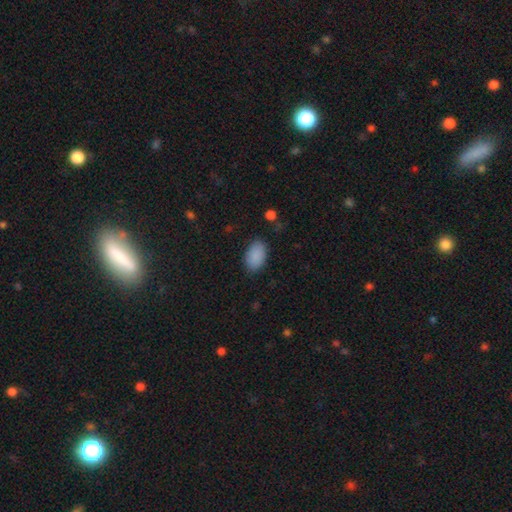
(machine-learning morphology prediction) This appears to be a smooth galaxy with no disk features (89%) that is in between round and cigar-shaped (91%). Merging: none (83%).